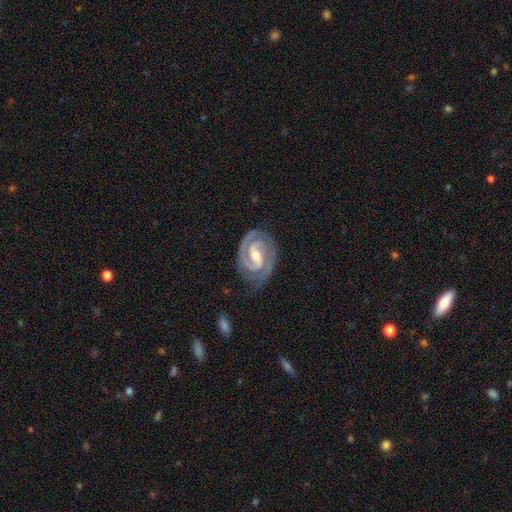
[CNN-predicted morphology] The model was most divided on "bar": weak: 51%, strong: 28%, no: 22%. More confident: spiral arms — yes (98%); edge-on disk — no (98%); smooth or featured — featured or disk (92%); spiral arm count — 2 (91%); merging — none (80%); bulge size — moderate (62%); spiral winding — tight (60%).